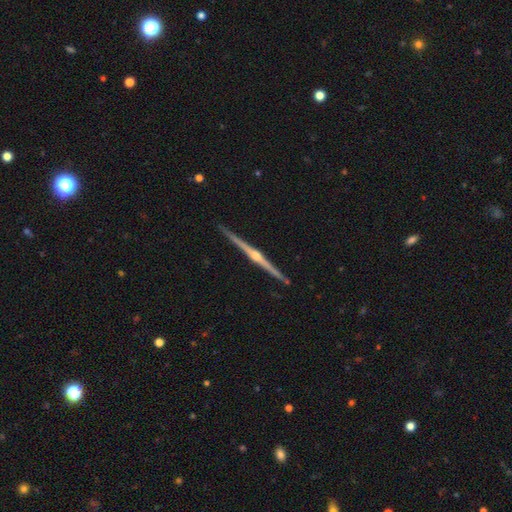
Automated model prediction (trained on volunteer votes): Overall: featured or disk (89%). Edge-on disk: yes (99%). Edge-on bulge: rounded (90%). Merging: none (93%).